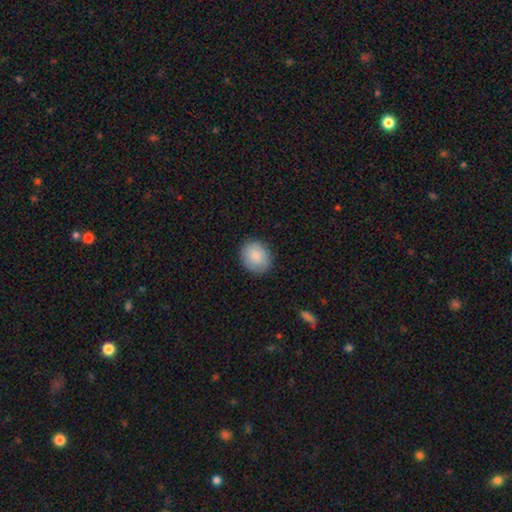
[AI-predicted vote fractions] smooth 86%, featured or disk 7%, star or artifact 7%. Down the decision tree: how rounded — round (70%); merging — none (88%).